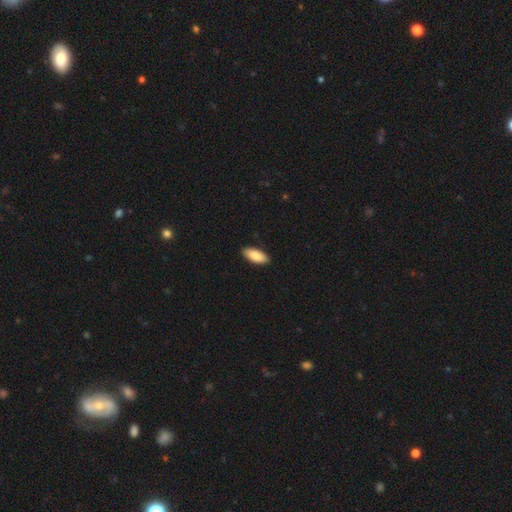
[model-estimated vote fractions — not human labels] Morphology: type=smooth (87%); roundness=in between (83%); merging=none (90%).